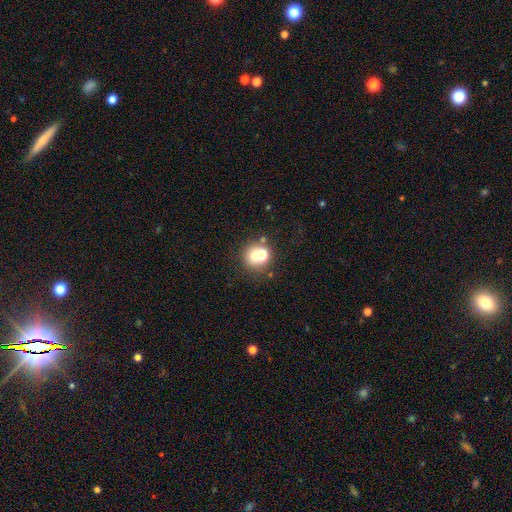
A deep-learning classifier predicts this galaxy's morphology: Smooth or featured: smooth — 63% (featured or disk — 22%)
How rounded: round — 84% (in between — 15%)
Merging: none — 47% (merger — 40%)